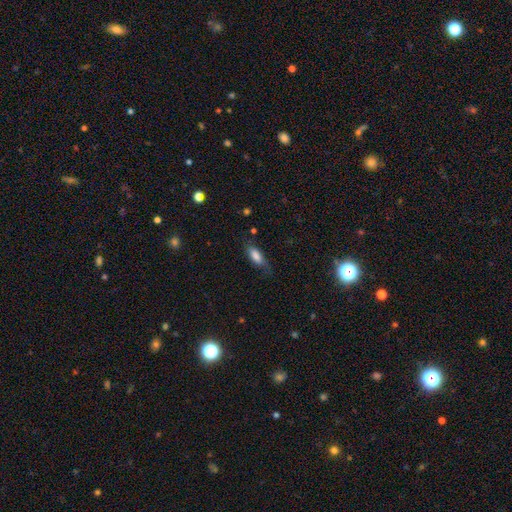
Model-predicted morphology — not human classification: type=smooth (79%); roundness=in between (73%); merging=none (61%).